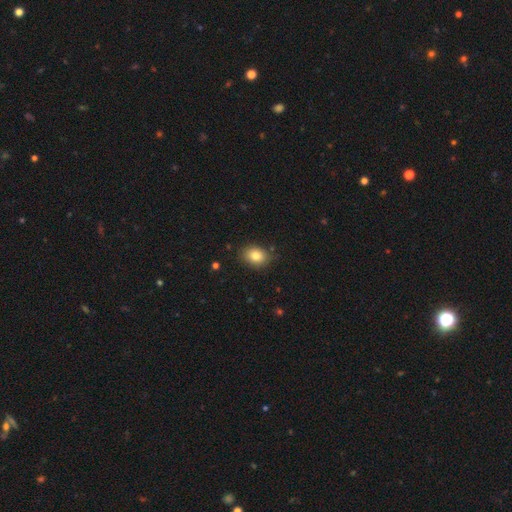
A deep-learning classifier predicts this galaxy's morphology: Smooth or featured? smooth (83%)
How rounded? in between (63%)
Merging? none (84%)